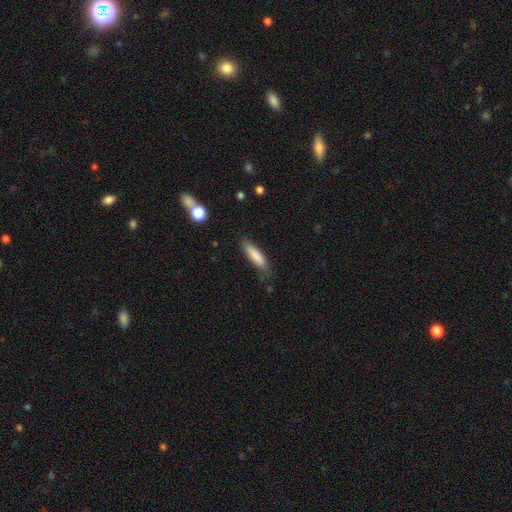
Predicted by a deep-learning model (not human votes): A smooth galaxy with no disk features (84%) that is cigar-shaped (71%).

Vote fractions:
- Smooth or featured? smooth: 84% / featured or disk: 10% / star or artifact: 6%
- How rounded? cigar-shaped: 71% / in between: 28% / round: 1%
- Merging? none: 78% / minor disturbance: 17% / major disturbance: 3% / merger: 2%